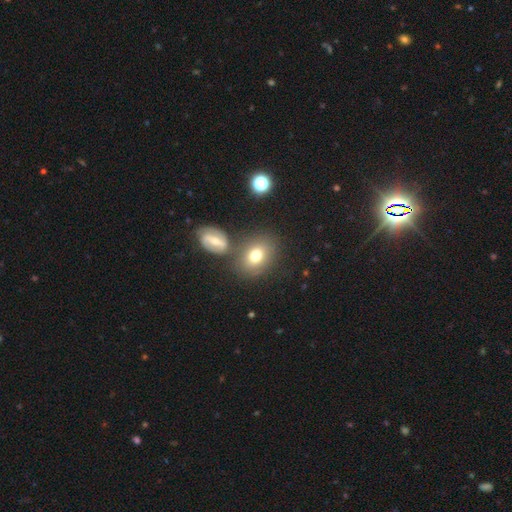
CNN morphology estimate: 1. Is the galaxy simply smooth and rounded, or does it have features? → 70% smooth, 20% featured or disk, 10% star or artifact.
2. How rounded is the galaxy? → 56% in between, 43% round, 1% cigar-shaped.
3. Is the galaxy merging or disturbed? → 65% none, 17% merger, 13% minor disturbance, 5% major disturbance.